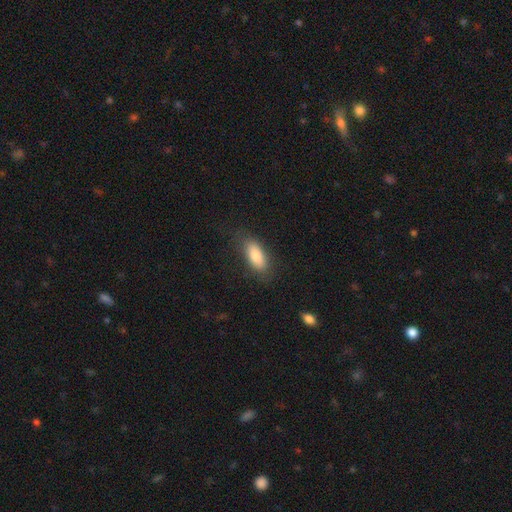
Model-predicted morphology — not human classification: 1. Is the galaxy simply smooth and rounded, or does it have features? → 82% smooth, 12% featured or disk, 7% star or artifact.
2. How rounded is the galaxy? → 82% in between, 15% cigar-shaped, 3% round.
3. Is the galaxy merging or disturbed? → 79% none, 15% minor disturbance, 5% major disturbance, 1% merger.